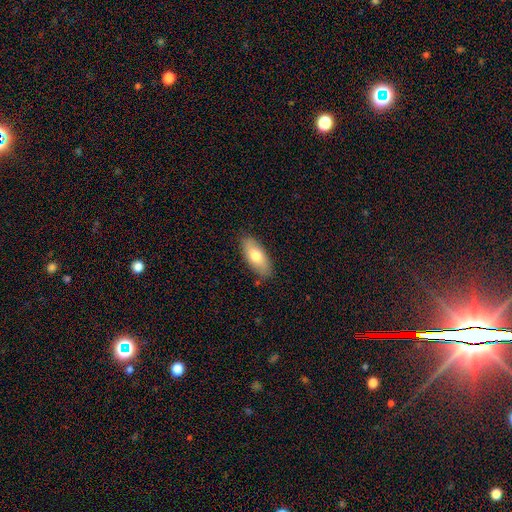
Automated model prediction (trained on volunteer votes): A smooth galaxy with no disk features (73%) that is in between round and cigar-shaped (83%). Merging: none (85%).